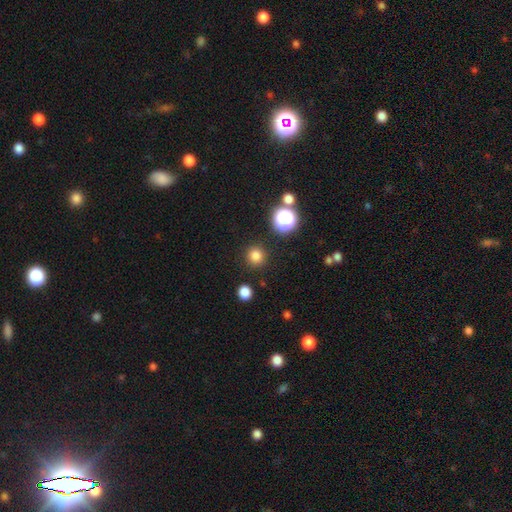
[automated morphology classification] Smooth or featured?
  - smooth: 81% *
  - star or artifact: 15%
  - featured or disk: 4%
How rounded?
  - round: 94% *
  - in between: 5%
  - cigar-shaped: 1%
Merging?
  - none: 90% *
  - minor disturbance: 5%
  - major disturbance: 2%
  - merger: 2%